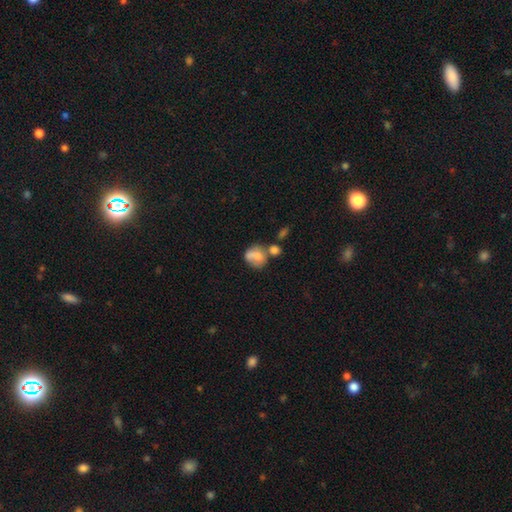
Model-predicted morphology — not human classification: smooth_or_featured: smooth (p=0.66) [alt: featured or disk p=0.25]
how_rounded: round (p=0.59) [alt: in between p=0.40]
merging: merger (p=0.41) [alt: none p=0.30]